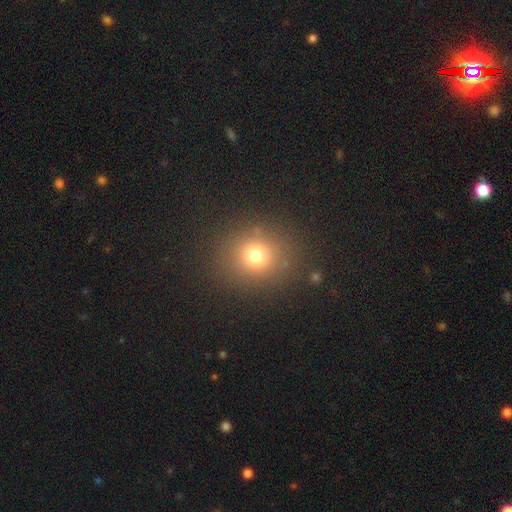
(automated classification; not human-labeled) Smooth or featured: smooth — 72% (star or artifact — 20%)
How rounded: round — 86% (in between — 13%)
Merging: none — 85% (minor disturbance — 8%)